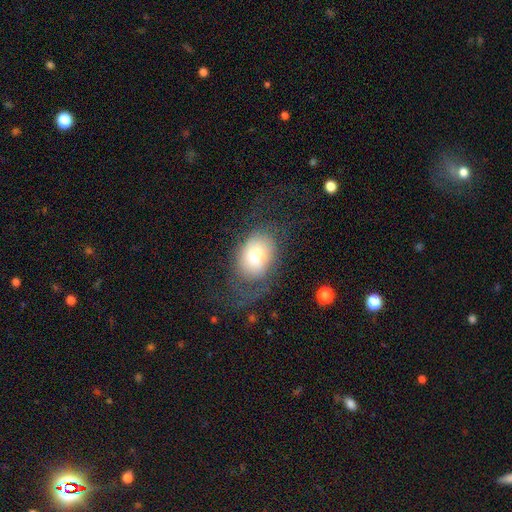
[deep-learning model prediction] This is likely a smooth galaxy (69%). How rounded: likely in between (68%). Merging: possibly none (53%).